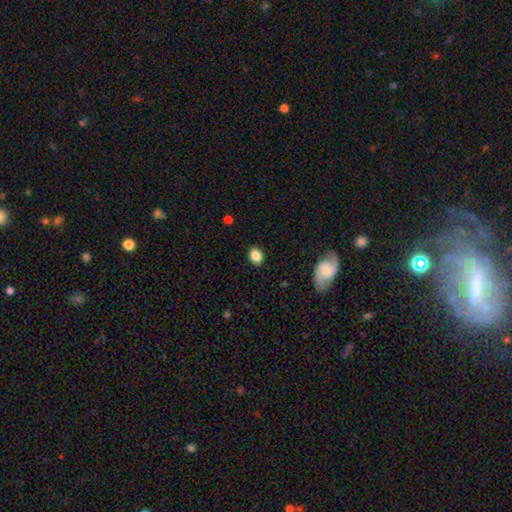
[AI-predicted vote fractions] smooth 85%, star or artifact 9%, featured or disk 6%. Down the decision tree: how rounded — in between (58%); merging — none (87%).